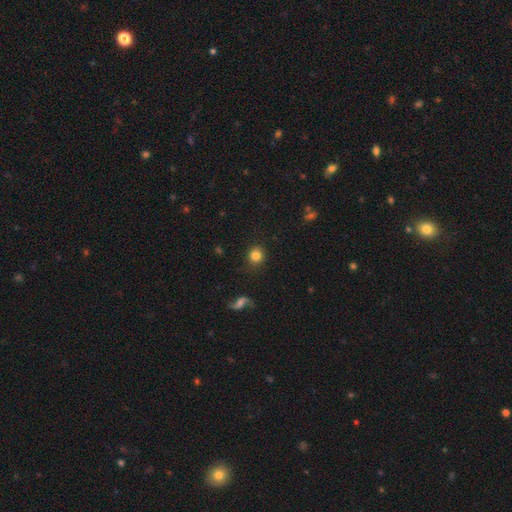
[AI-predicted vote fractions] Smooth or featured: smooth — 83% (star or artifact — 10%)
How rounded: round — 89% (in between — 9%)
Merging: none — 88% (minor disturbance — 8%)